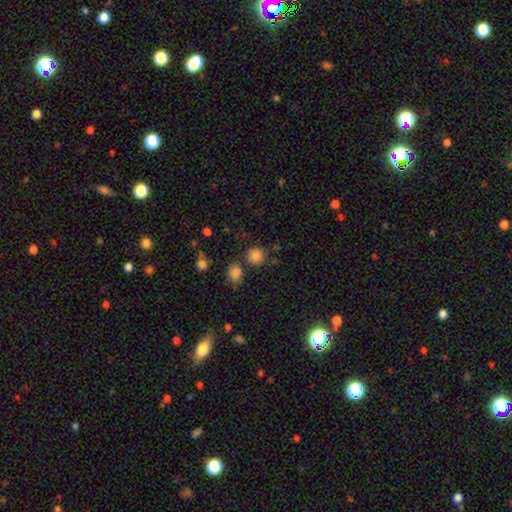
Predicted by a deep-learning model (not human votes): Smooth or featured: smooth — 82% (star or artifact — 12%)
How rounded: round — 90% (in between — 9%)
Merging: none — 75% (merger — 11%)